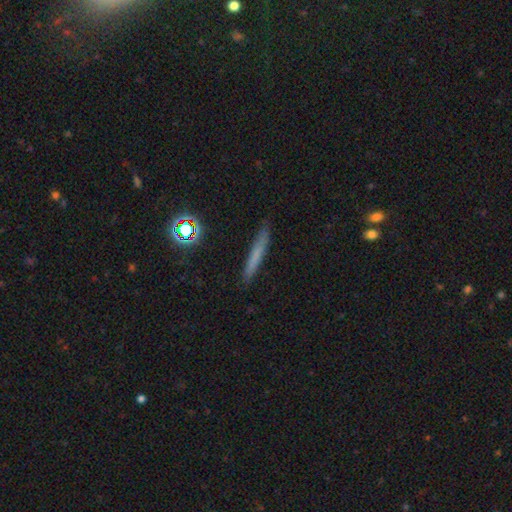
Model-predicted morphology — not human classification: smooth 64%, featured or disk 24%, star or artifact 12%. Down the decision tree: how rounded — cigar-shaped (94%); merging — none (87%).